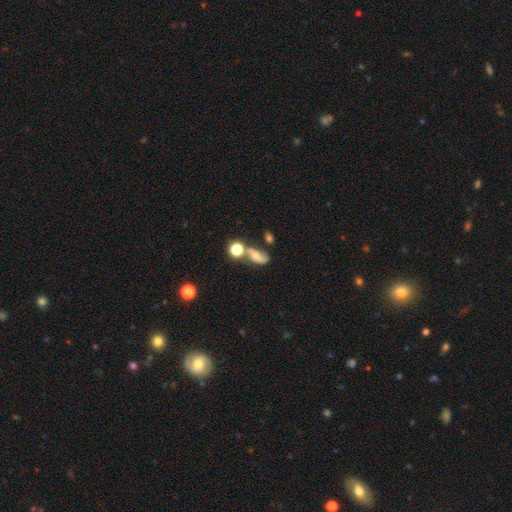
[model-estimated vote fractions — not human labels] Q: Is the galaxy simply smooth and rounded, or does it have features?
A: smooth — 44%.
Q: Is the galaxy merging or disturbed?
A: none — 41%.